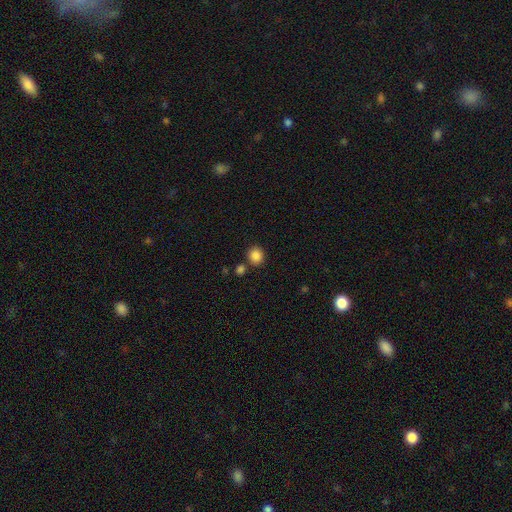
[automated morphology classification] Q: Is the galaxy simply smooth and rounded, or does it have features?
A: smooth — 86%.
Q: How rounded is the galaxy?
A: round — 83%.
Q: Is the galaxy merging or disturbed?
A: none — 80%.